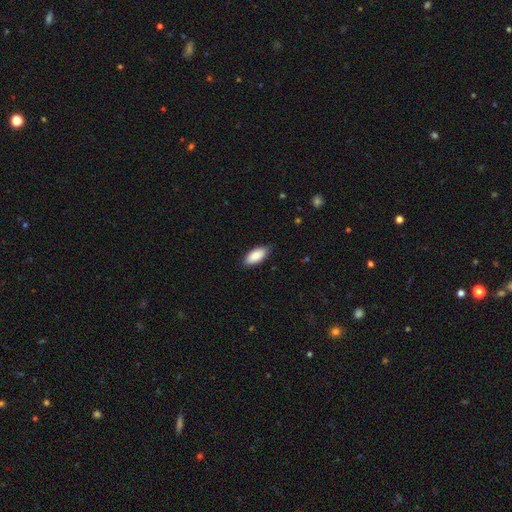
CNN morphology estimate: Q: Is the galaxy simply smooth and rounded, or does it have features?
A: smooth — 90%.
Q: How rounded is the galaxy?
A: in between — 89%.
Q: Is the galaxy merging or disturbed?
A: none — 86%.